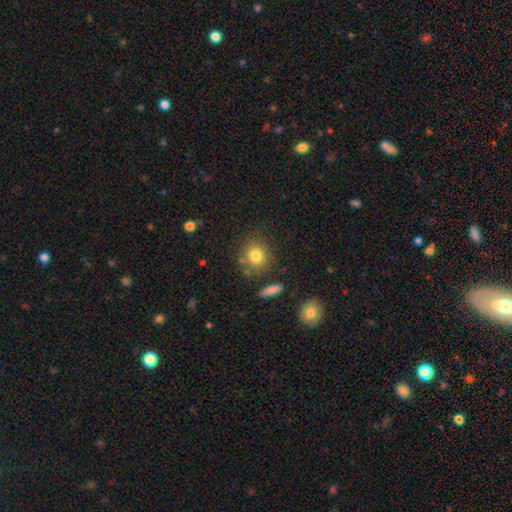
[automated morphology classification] A smooth galaxy with no disk features (81%) that is round (86%). Merging: none (79%).